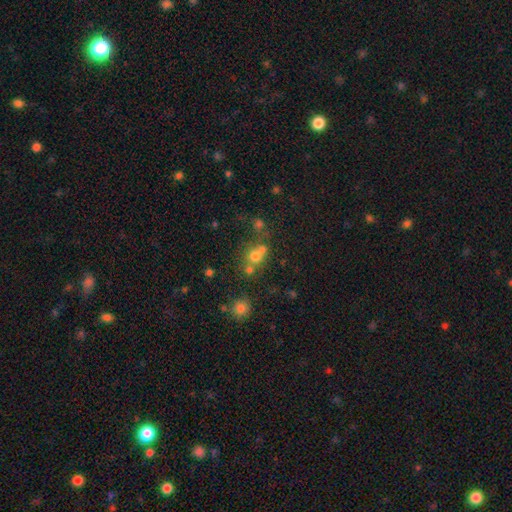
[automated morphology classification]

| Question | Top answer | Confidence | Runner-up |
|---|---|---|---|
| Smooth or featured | smooth | 64% | star or artifact (21%) |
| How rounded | round | 82% | in between (17%) |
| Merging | none | 45% | merger (41%) |